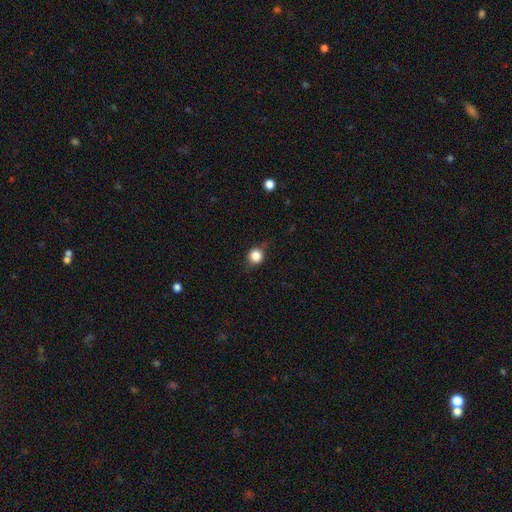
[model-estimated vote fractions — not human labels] smooth 82%, star or artifact 10%, featured or disk 8%. Down the decision tree: how rounded — round (86%); merging — none (77%).